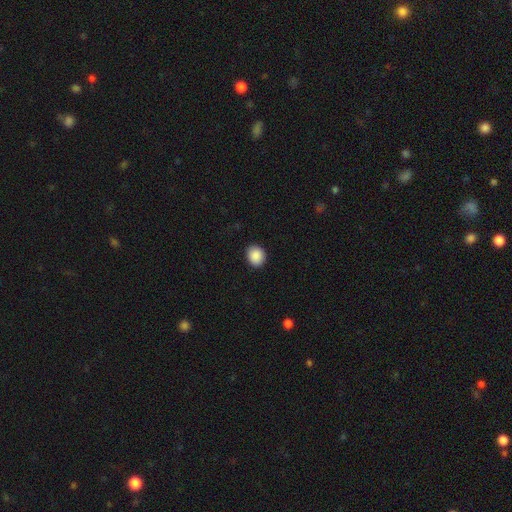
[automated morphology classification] Smooth or featured: smooth — 90% (star or artifact — 8%)
How rounded: round — 66% (in between — 33%)
Merging: none — 90% (minor disturbance — 7%)